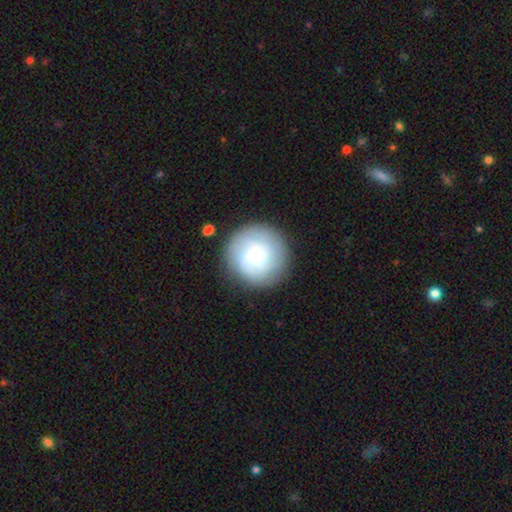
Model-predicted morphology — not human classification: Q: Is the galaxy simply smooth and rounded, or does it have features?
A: featured or disk — 58%.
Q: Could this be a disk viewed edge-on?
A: no — 98%.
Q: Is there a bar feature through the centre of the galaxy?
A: no — 77%.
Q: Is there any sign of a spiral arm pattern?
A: yes — 86%.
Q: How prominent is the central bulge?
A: small — 64%.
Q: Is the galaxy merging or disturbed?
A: none — 85%.